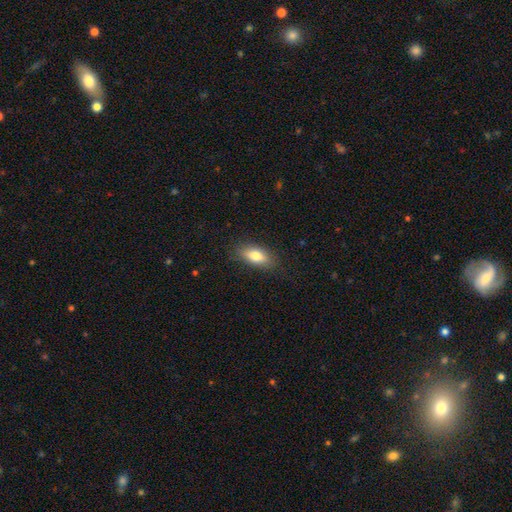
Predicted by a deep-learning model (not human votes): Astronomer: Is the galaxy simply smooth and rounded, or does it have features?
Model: smooth — 78%.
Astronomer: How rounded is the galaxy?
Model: in between — 82%.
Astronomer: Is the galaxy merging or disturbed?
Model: none — 84%.